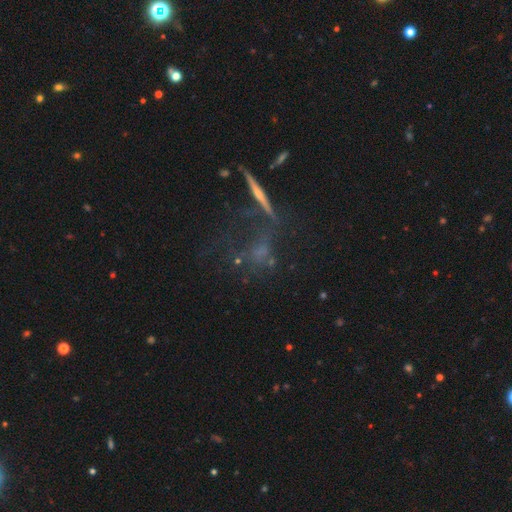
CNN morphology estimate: This is marginally a featured or disk galaxy (40%). Merging: marginally none (38%).